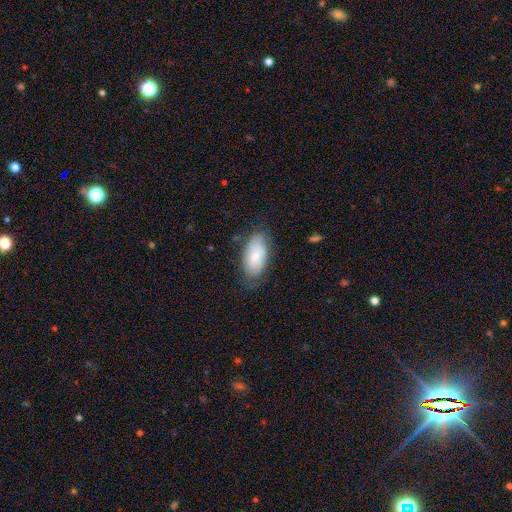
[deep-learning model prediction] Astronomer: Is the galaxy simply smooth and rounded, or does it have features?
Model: smooth — 73%.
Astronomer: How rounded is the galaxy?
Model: in between — 94%.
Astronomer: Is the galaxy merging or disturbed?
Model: none — 64%.